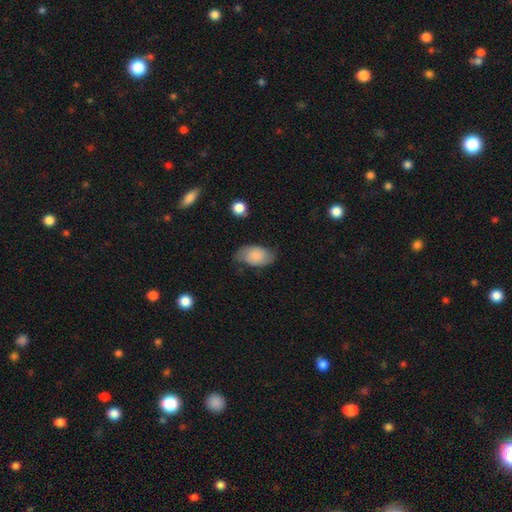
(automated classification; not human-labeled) smooth_or_featured: smooth (p=0.71) [alt: featured or disk p=0.22]
how_rounded: in between (p=0.92) [alt: round p=0.06]
merging: none (p=0.63) [alt: minor disturbance p=0.28]